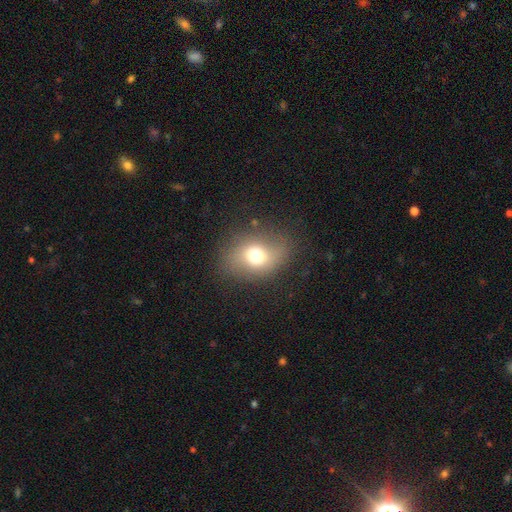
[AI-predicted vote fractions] A smooth galaxy with no disk features (66%) that is in between round and cigar-shaped (52%). Merging: none (76%).